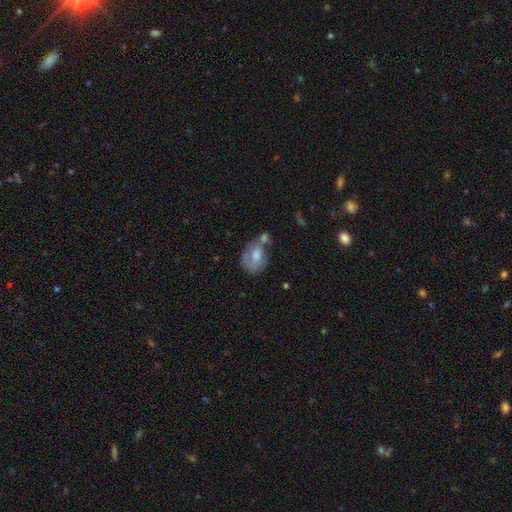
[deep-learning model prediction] This appears to be a smooth galaxy with no disk features (61%) that is in between round and cigar-shaped (68%). Merging: none (33%).